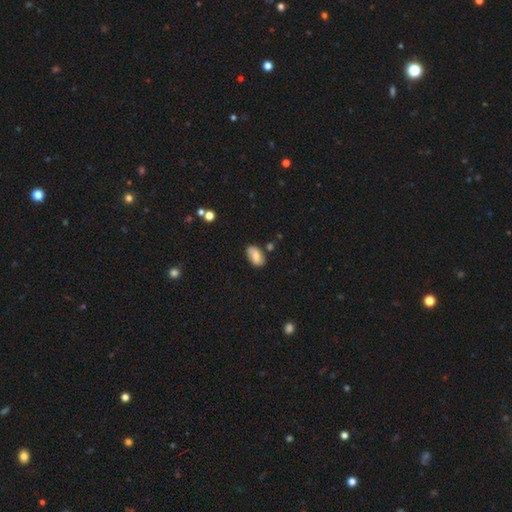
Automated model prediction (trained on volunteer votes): Q: Smooth or featured?
A: smooth (62%); runner-up: featured or disk (30%)
Q: How rounded?
A: in between (91%); runner-up: round (6%)
Q: Merging?
A: none (75%); runner-up: minor disturbance (17%)